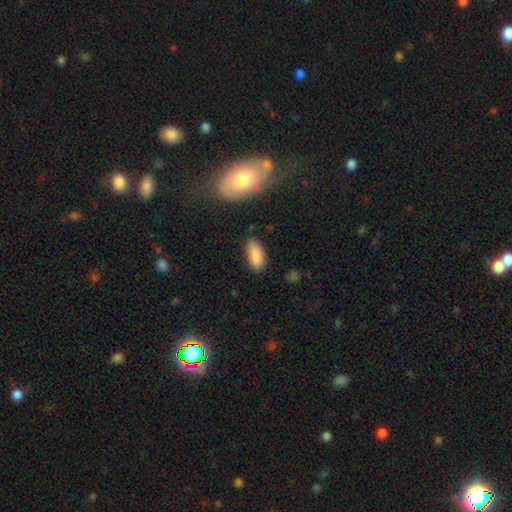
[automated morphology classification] This is clearly a smooth galaxy (87%). How rounded: clearly in between (89%). Merging: likely none (77%).